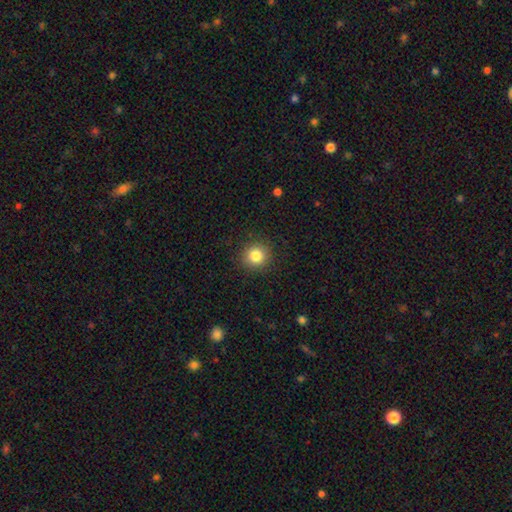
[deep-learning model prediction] Q: Smooth or featured?
A: smooth (84%); runner-up: star or artifact (10%)
Q: How rounded?
A: round (92%); runner-up: in between (7%)
Q: Merging?
A: none (91%); runner-up: minor disturbance (6%)